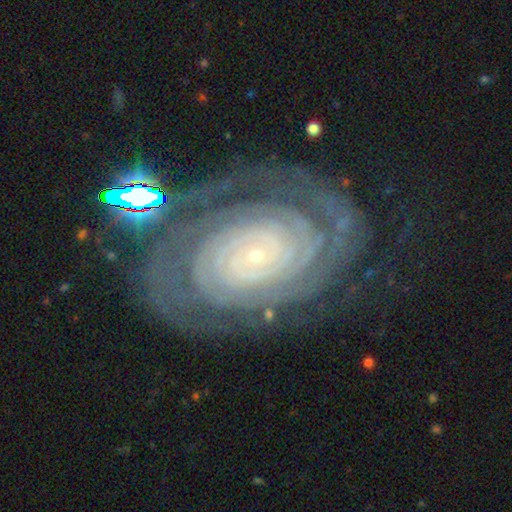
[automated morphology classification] smooth_or_featured: featured or disk (p=0.88) [alt: star or artifact p=0.06]
disk_edge_on: no (p=0.97) [alt: yes p=0.03]
bar: no (p=0.81) [alt: weak p=0.12]
has_spiral_arms: yes (p=0.97) [alt: no p=0.03]
spiral_winding: tight (p=0.87) [alt: medium p=0.10]
spiral_arm_count: can't tell (p=0.26) [tied with: 2 p=0.26]
bulge_size: small (p=0.89) [alt: moderate p=0.07]
merging: none (p=0.74) [alt: minor disturbance p=0.15]